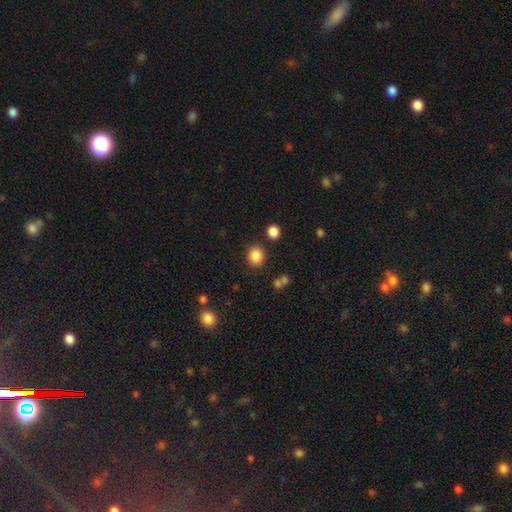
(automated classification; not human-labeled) Smooth or featured?
  - smooth: 86% *
  - star or artifact: 10%
  - featured or disk: 4%
How rounded?
  - round: 66% *
  - in between: 33%
  - cigar-shaped: 1%
Merging?
  - none: 83% *
  - minor disturbance: 9%
  - merger: 5%
  - major disturbance: 3%